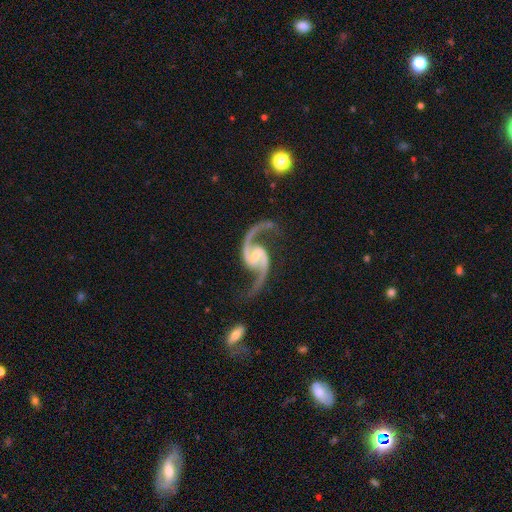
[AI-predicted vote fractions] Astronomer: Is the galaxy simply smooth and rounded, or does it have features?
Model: featured or disk — 94%.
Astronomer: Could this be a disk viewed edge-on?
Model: no — 98%.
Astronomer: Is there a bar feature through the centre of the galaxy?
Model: weak — 48% (runner-up: no, 32%).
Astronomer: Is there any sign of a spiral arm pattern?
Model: yes — 99%.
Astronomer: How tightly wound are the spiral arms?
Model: loose — 58% (runner-up: medium, 35%).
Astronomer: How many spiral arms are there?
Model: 2 — 95%.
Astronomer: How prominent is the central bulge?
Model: small — 57% (runner-up: moderate, 35%).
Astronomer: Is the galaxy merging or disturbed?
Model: none — 76%.